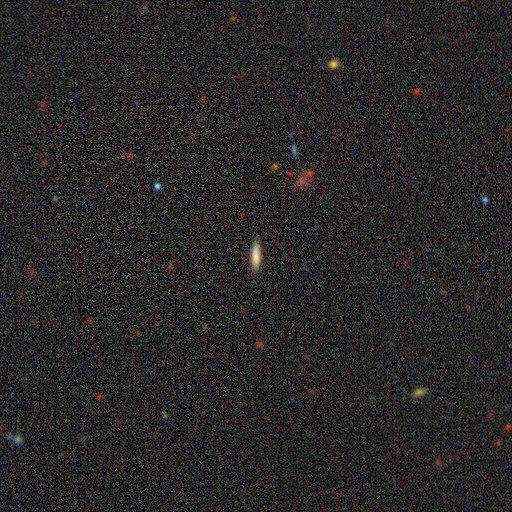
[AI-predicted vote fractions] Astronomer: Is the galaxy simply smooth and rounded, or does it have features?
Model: smooth — 85%.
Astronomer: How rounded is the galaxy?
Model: cigar-shaped — 81%.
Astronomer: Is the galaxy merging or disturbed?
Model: none — 89%.